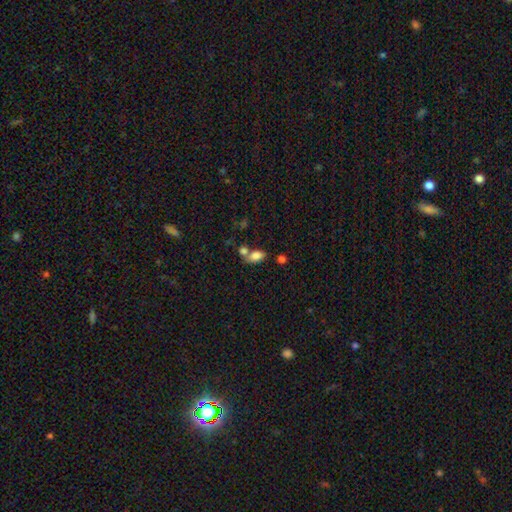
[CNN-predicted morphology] type=smooth (83%); roundness=in between (89%); merging=none (47%).